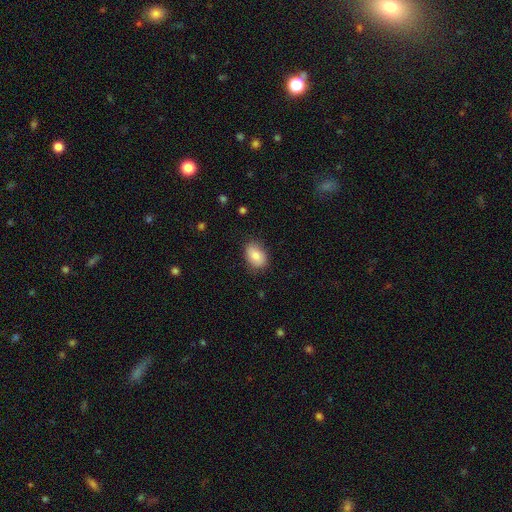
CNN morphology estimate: A smooth galaxy with no disk features (83%) that is in between round and cigar-shaped (84%). Merging: none (81%).